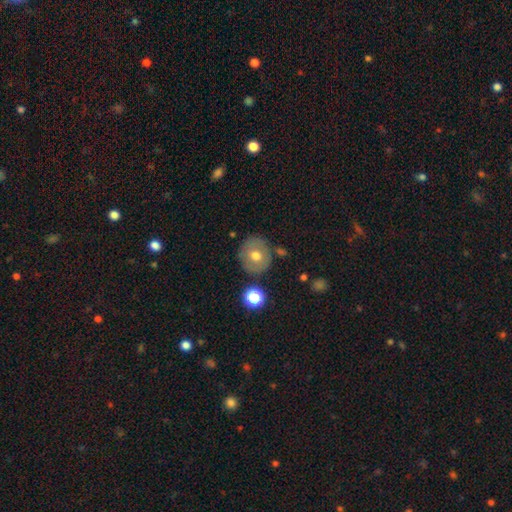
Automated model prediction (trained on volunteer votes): Morphology: type=smooth (64%); roundness=round (88%); merging=none (81%).